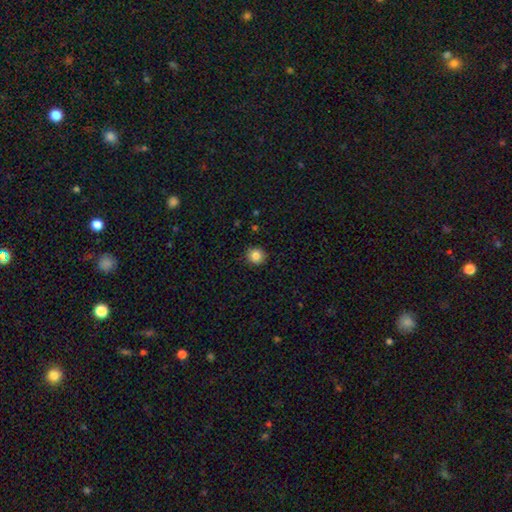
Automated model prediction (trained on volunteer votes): A smooth galaxy with no disk features (85%) that is round (89%).

Vote fractions:
- Smooth or featured? smooth: 85% / star or artifact: 10% / featured or disk: 5%
- How rounded? round: 89% / in between: 10% / cigar-shaped: 1%
- Merging? none: 89% / minor disturbance: 8% / major disturbance: 2% / merger: 1%